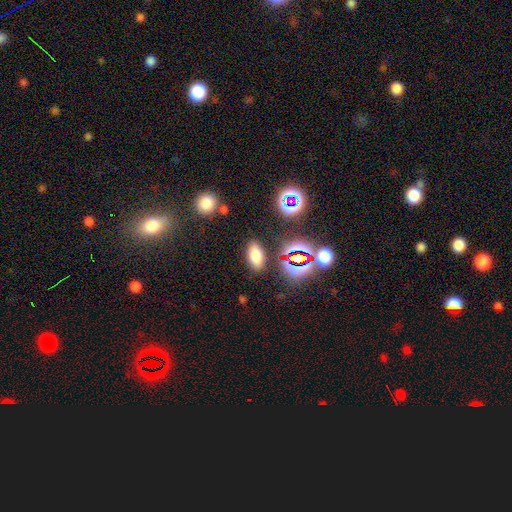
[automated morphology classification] Q: Smooth or featured?
A: smooth (72%); runner-up: star or artifact (19%)
Q: How rounded?
A: in between (88%); runner-up: cigar-shaped (6%)
Q: Merging?
A: none (86%); runner-up: minor disturbance (8%)